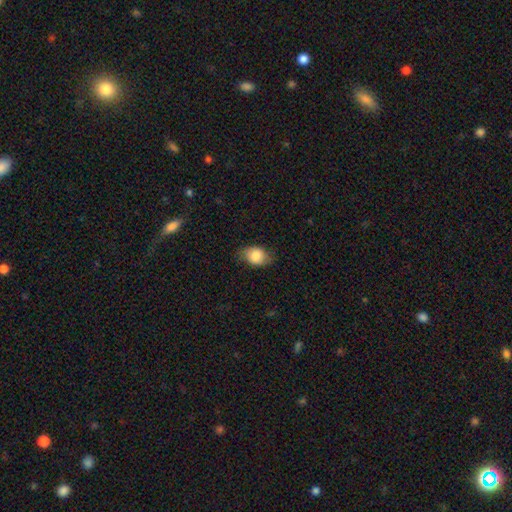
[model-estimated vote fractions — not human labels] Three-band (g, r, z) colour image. It shows a smooth galaxy with no disk features (82%) that is in between round and cigar-shaped (76%). Merging: none (75%).